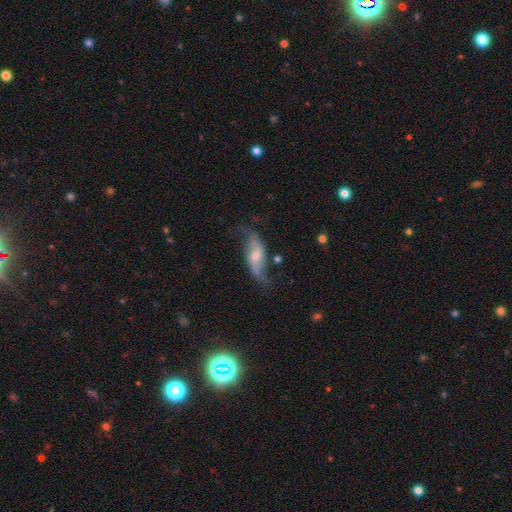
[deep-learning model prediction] A featured or disk galaxy (75%) with no bar (49%), 2 (89%) loose (83%) spiral arms (90%) and a small central bulge (49%).

Vote fractions:
- Smooth or featured? featured or disk: 75% / smooth: 18% / star or artifact: 8%
- Edge-on disk? no: 88% / yes: 12%
- Bar? no: 49% / weak: 35% / strong: 16%
- Spiral arms? yes: 90% / no: 10%
- Spiral winding? loose: 83% / medium: 13% / tight: 5%
- Spiral arm count? 2: 89% / can't tell: 5% / 1: 4% / 3: 1% / 4: 1% / more than 4: 1%
- Bulge size? small: 49% / moderate: 44% / none: 3% / large: 3% / dominant: 1%
- Merging? none: 61% / minor disturbance: 23% / major disturbance: 14% / merger: 3%